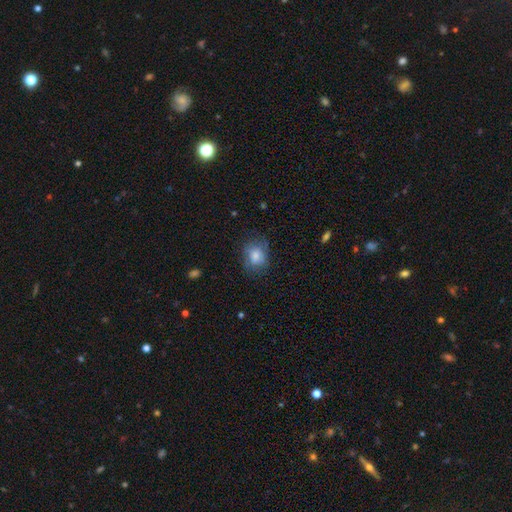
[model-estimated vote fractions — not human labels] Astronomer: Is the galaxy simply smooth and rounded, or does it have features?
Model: smooth — 74%.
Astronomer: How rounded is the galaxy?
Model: round — 51% (runner-up: in between, 47%).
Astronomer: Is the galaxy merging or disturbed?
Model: none — 64%.